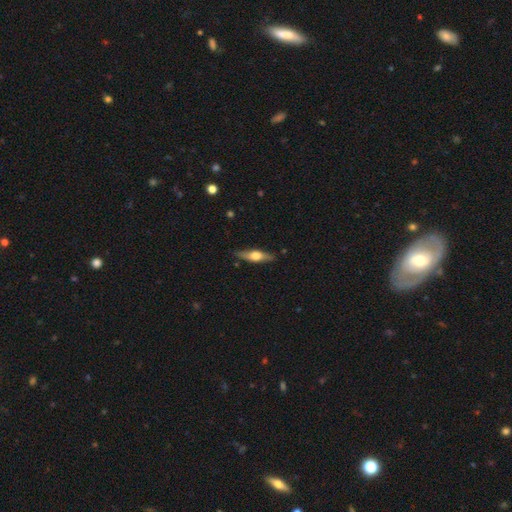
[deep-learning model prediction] Smooth or featured?
  - featured or disk: 57% *
  - smooth: 37%
  - star or artifact: 5%
Edge-on disk?
  - yes: 92% *
  - no: 8%
Edge-on bulge?
  - rounded: 92% *
  - boxy: 5%
  - none: 2%
Merging?
  - none: 85% *
  - minor disturbance: 12%
  - major disturbance: 2%
  - merger: 1%